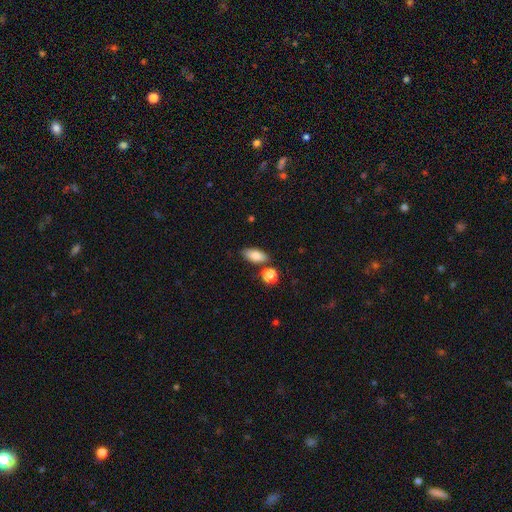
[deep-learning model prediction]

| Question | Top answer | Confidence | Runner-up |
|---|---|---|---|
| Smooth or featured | smooth | 84% | featured or disk (9%) |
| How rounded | in between | 87% | cigar-shaped (8%) |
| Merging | none | 79% | minor disturbance (12%) |